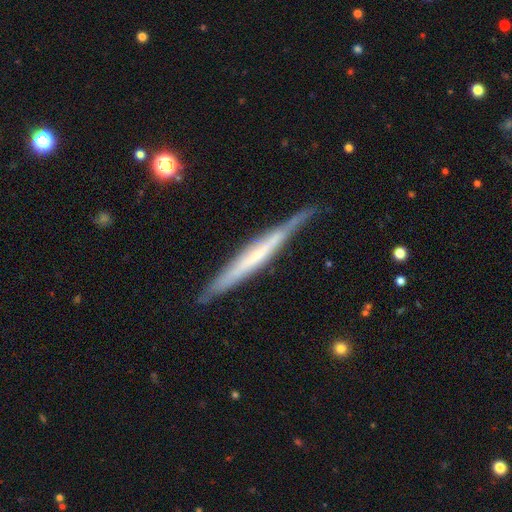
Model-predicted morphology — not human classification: The model was most divided on "smooth or featured": featured or disk: 64%, smooth: 30%, star or artifact: 6%. More confident: edge-on disk — yes (95%); merging — none (78%); edge-on bulge — none (65%).